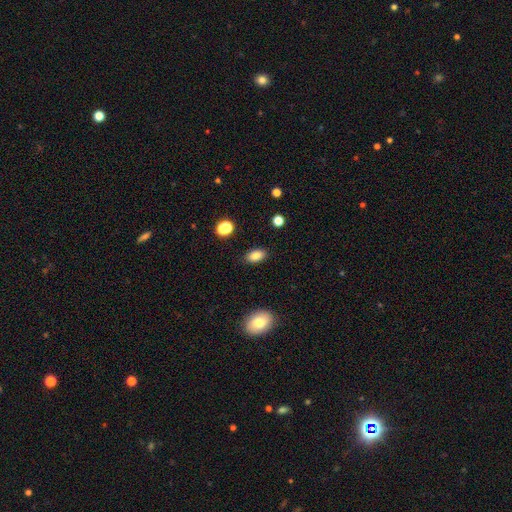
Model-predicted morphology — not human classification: The model was most divided on "smooth or featured": smooth: 85%, star or artifact: 10%, featured or disk: 5%. More confident: how rounded — in between (90%); merging — none (86%).